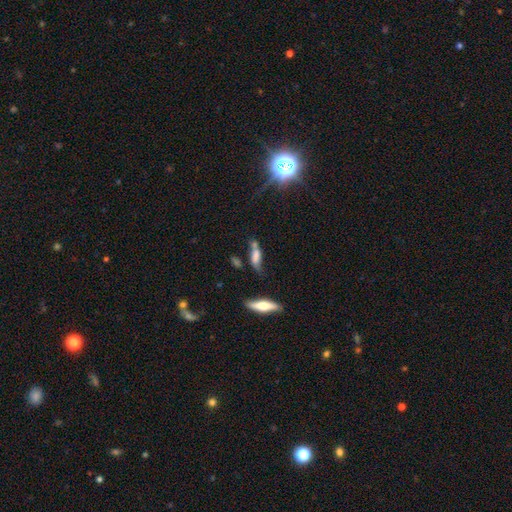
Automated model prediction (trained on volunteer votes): smooth_or_featured: smooth (p=0.59) [alt: featured or disk p=0.29]
how_rounded: cigar-shaped (p=0.53) [alt: in between p=0.43]
merging: none (p=0.41) [alt: minor disturbance p=0.25]